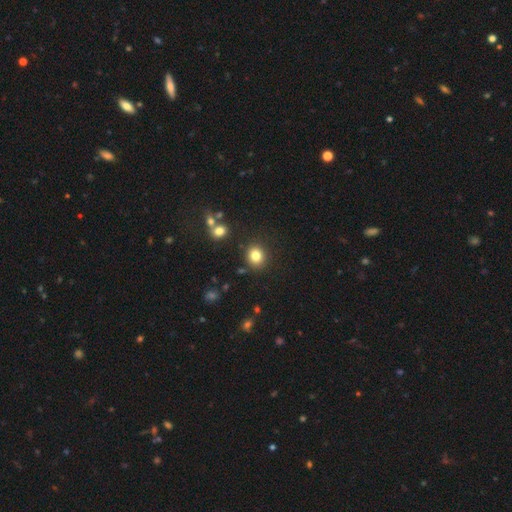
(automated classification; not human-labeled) Smooth or featured? Predicted: smooth (p=0.82). How rounded? Predicted: round (p=0.74). Merging? Predicted: none (p=0.85).